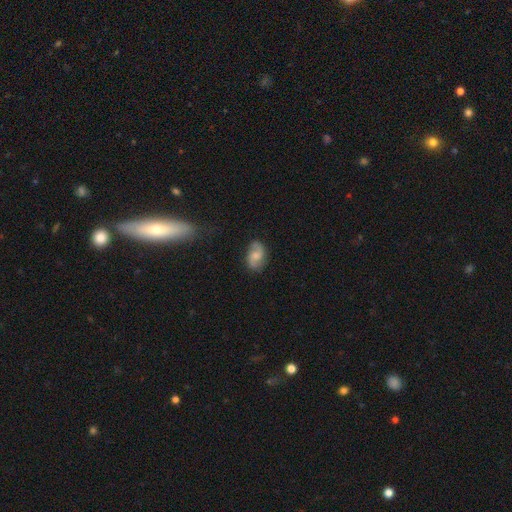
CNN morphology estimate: The model was most divided on "bulge size": moderate: 43%, small: 35%, none: 15%, large: 6%, dominant: 1%. Remaining: edge-on disk — no (97%); spiral arms — yes (93%); spiral arm count — 2 (90%); merging — none (78%); smooth or featured — featured or disk (61%); bar — no (57%); spiral winding — loose (49%).